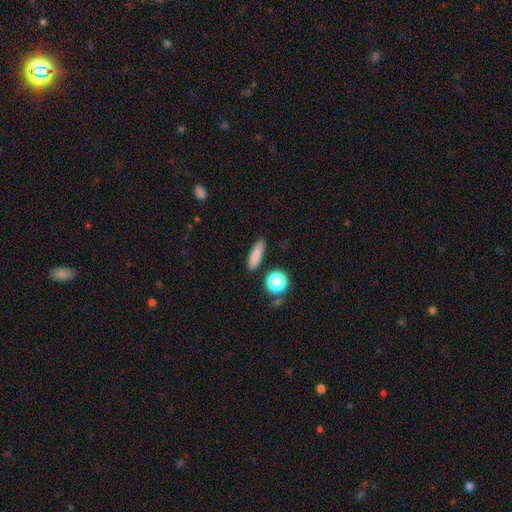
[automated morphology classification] Smooth or featured? Predicted: smooth (p=0.81). How rounded? Predicted: cigar-shaped (p=0.63). Merging? Predicted: none (p=0.86).